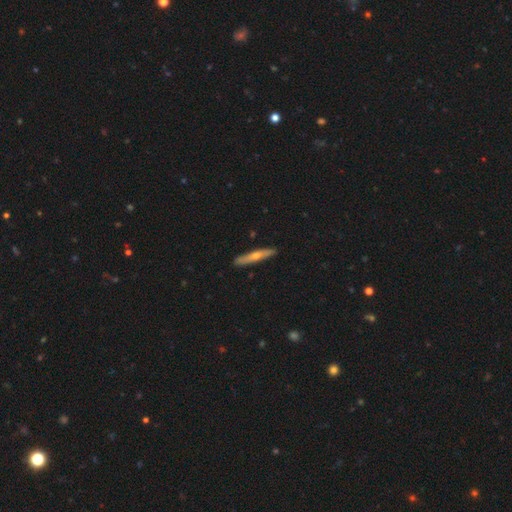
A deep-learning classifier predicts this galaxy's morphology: smooth_or_featured: featured or disk (p=0.49) [alt: smooth p=0.45]
merging: none (p=0.89) [alt: minor disturbance p=0.08]